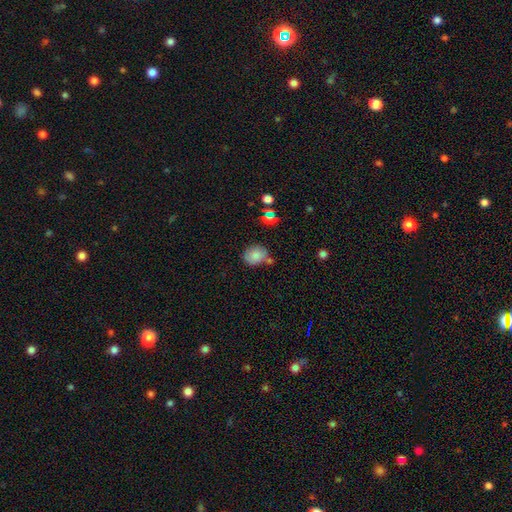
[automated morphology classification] Smooth or featured? Predicted: smooth (p=0.82). How rounded? Predicted: round (p=0.57). Merging? Predicted: none (p=0.64).